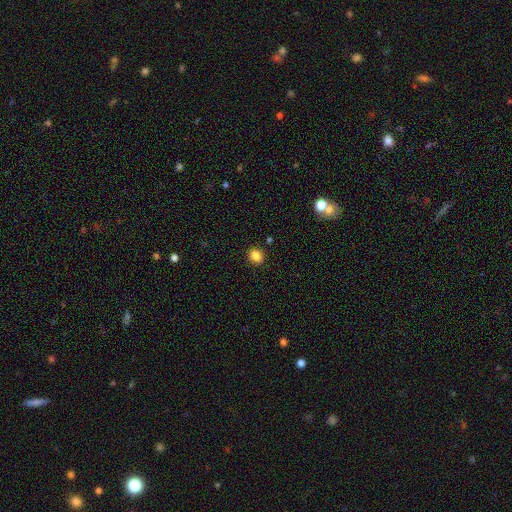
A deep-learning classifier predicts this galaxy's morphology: A smooth galaxy with no disk features (85%) that is round (73%).

Vote fractions:
- Smooth or featured? smooth: 85% / star or artifact: 11% / featured or disk: 4%
- How rounded? round: 73% / in between: 26% / cigar-shaped: 1%
- Merging? none: 90% / minor disturbance: 7% / major disturbance: 2% / merger: 2%